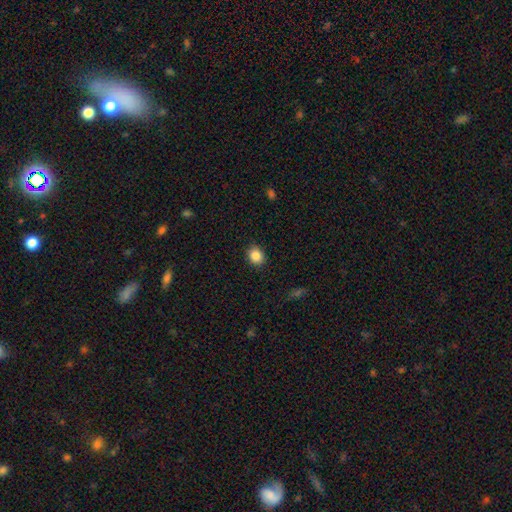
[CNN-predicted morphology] Smooth or featured? Predicted: smooth (p=0.87). How rounded? Predicted: round (p=0.64). Merging? Predicted: none (p=0.89).